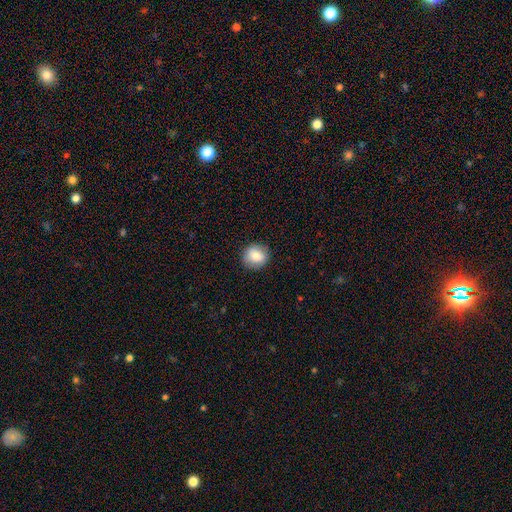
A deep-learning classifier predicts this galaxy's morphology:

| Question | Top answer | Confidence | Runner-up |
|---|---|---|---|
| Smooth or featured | smooth | 83% | featured or disk (9%) |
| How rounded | round | 81% | in between (18%) |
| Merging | none | 88% | minor disturbance (9%) |